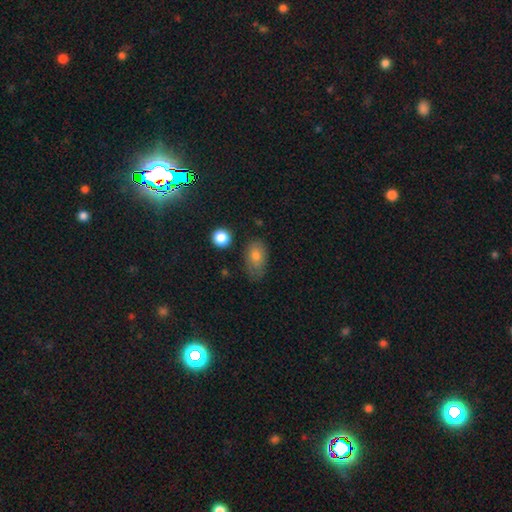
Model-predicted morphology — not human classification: This is likely a smooth galaxy (75%). How rounded: clearly in between (86%). Merging: likely none (61%).